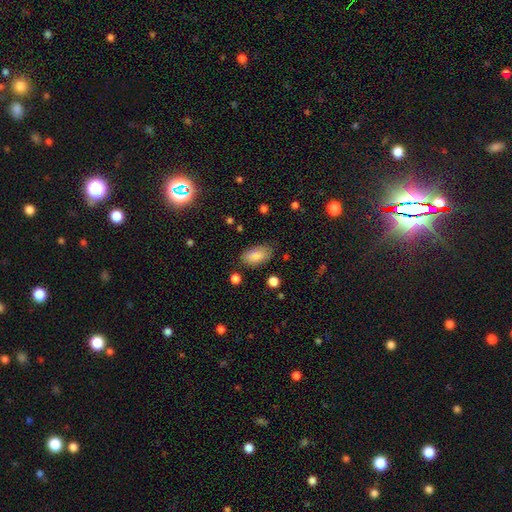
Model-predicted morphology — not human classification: Q: Smooth or featured?
A: smooth (85%); runner-up: featured or disk (8%)
Q: How rounded?
A: in between (93%); runner-up: round (4%)
Q: Merging?
A: none (78%); runner-up: minor disturbance (16%)